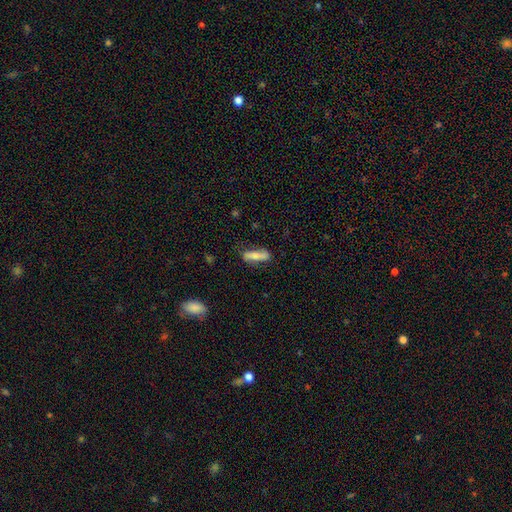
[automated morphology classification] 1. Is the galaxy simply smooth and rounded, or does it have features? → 65% smooth, 28% featured or disk, 7% star or artifact.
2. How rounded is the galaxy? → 57% cigar-shaped, 41% in between, 3% round.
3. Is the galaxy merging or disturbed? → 71% none, 20% minor disturbance, 6% major disturbance, 3% merger.